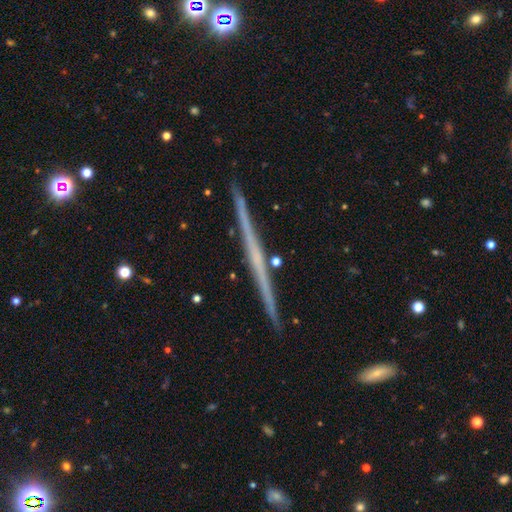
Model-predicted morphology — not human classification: This is likely a featured or disk galaxy (72%). It is clearly viewed edge-on (98%). Edge-on bulge: clearly none (81%). Merging: clearly none (92%).